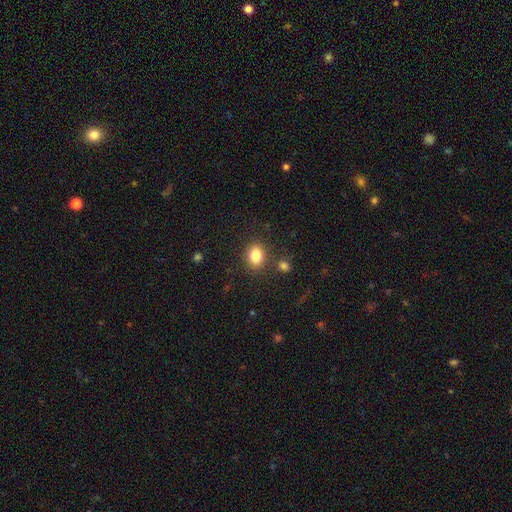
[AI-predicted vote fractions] smooth-or-featured: smooth: 83% | star or artifact: 11% | featured or disk: 7%
  how-rounded: in between: 51% | round: 48% | cigar-shaped: 1%
  merging: none: 82% | minor disturbance: 10% | merger: 5% | major disturbance: 3%